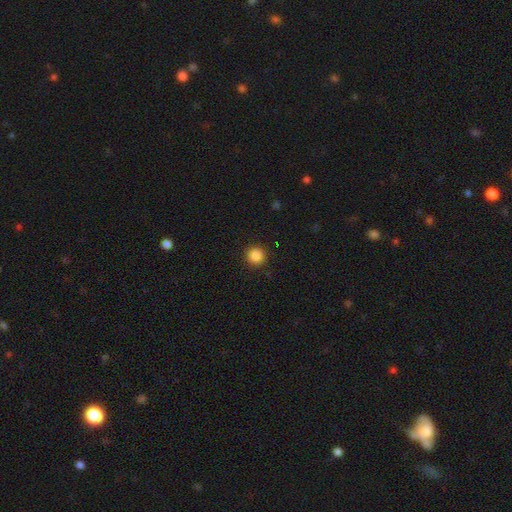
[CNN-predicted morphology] Smooth or featured?
  - smooth: 86% *
  - star or artifact: 10%
  - featured or disk: 3%
How rounded?
  - round: 94% *
  - in between: 5%
  - cigar-shaped: 1%
Merging?
  - none: 92% *
  - minor disturbance: 5%
  - major disturbance: 2%
  - merger: 1%